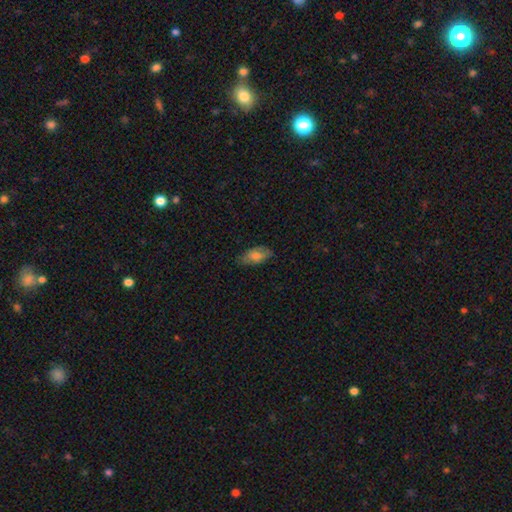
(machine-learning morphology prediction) Q: Smooth or featured?
A: smooth (75%); runner-up: featured or disk (17%)
Q: How rounded?
A: in between (90%); runner-up: cigar-shaped (7%)
Q: Merging?
A: none (71%); runner-up: minor disturbance (23%)